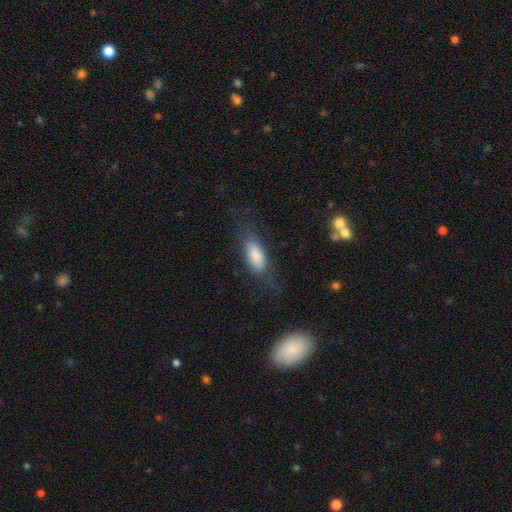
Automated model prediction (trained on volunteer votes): Morphology: type=smooth (77%); roundness=in between (80%); merging=none (67%).